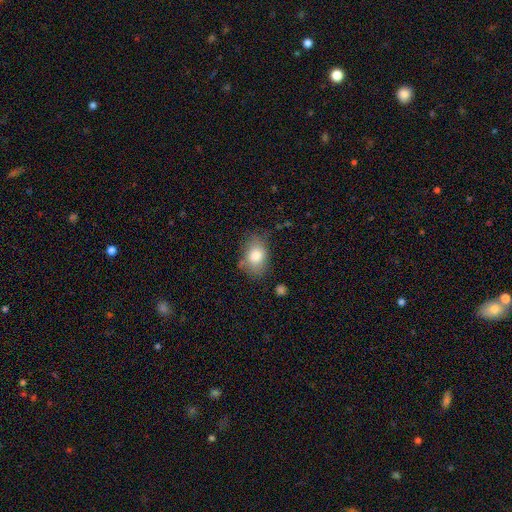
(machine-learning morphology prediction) type=smooth (80%); roundness=in between (79%); merging=none (67%).